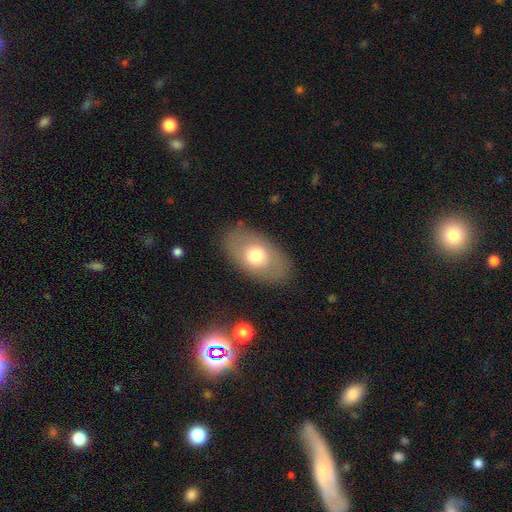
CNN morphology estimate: smooth_or_featured: smooth (p=0.65) [alt: featured or disk p=0.28]
how_rounded: in between (p=0.89) [alt: round p=0.09]
merging: none (p=0.84) [alt: minor disturbance p=0.11]